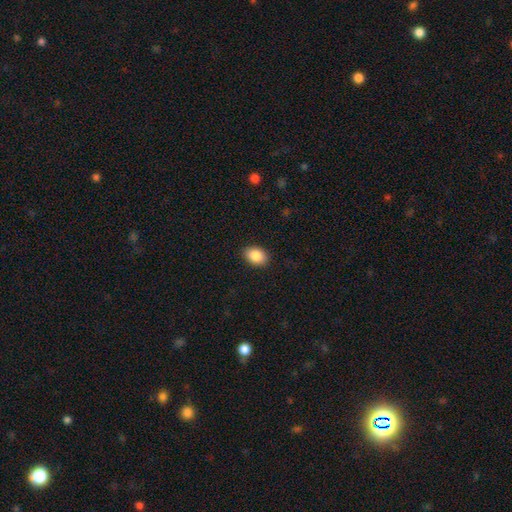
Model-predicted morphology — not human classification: A smooth galaxy with no disk features (88%) that is in between round and cigar-shaped (81%).

Vote fractions:
- Smooth or featured? smooth: 88% / star or artifact: 7% / featured or disk: 4%
- How rounded? in between: 81% / round: 18% / cigar-shaped: 1%
- Merging? none: 89% / minor disturbance: 8% / major disturbance: 2% / merger: 1%